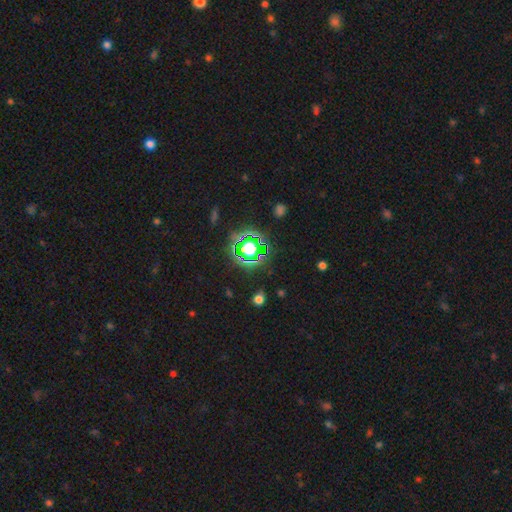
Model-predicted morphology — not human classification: The model was most divided on "smooth or featured": star or artifact: 59%, smooth: 29%, featured or disk: 12%.